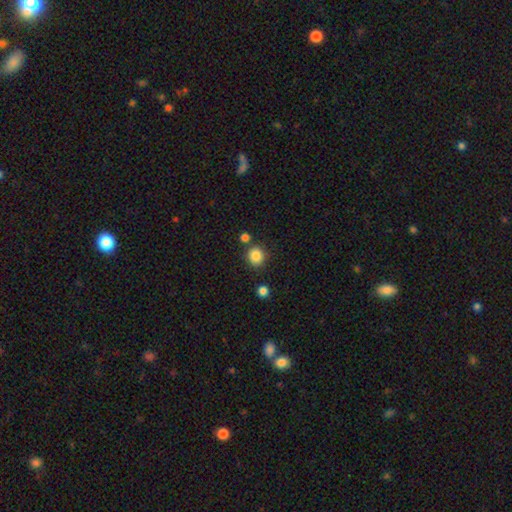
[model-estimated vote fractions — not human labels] Smooth or featured?
  - smooth: 85% *
  - star or artifact: 10%
  - featured or disk: 4%
How rounded?
  - round: 88% *
  - in between: 11%
  - cigar-shaped: 1%
Merging?
  - none: 80% *
  - minor disturbance: 9%
  - merger: 9%
  - major disturbance: 3%